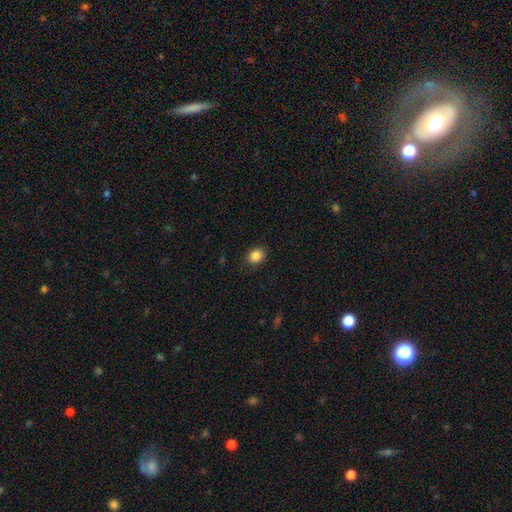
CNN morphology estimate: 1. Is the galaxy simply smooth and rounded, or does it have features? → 87% smooth, 9% star or artifact, 4% featured or disk.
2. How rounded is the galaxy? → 57% in between, 42% round, 1% cigar-shaped.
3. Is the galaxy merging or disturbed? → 86% none, 10% minor disturbance, 3% major disturbance, 1% merger.